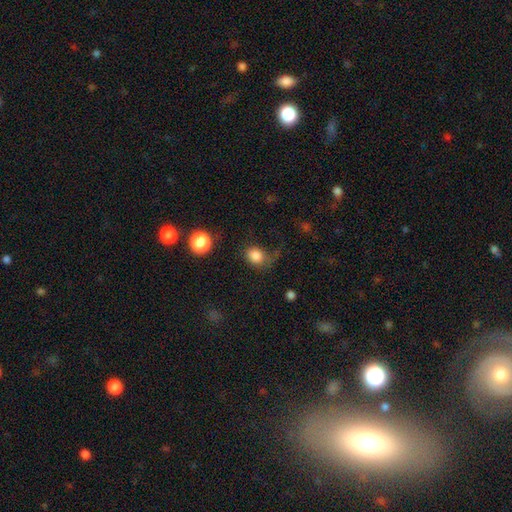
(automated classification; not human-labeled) Smooth or featured?
  - smooth: 82% *
  - star or artifact: 11%
  - featured or disk: 7%
How rounded?
  - round: 64% *
  - in between: 35%
  - cigar-shaped: 1%
Merging?
  - none: 49% *
  - major disturbance: 24%
  - minor disturbance: 23%
  - merger: 4%